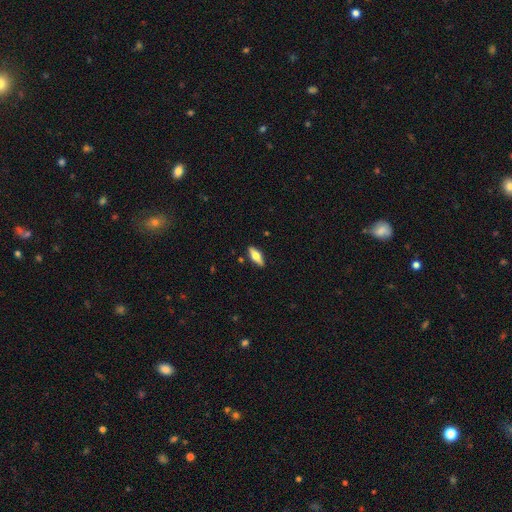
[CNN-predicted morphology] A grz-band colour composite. It shows a smooth galaxy with no disk features (55%) that is in between round and cigar-shaped (65%). Merging: none (88%).